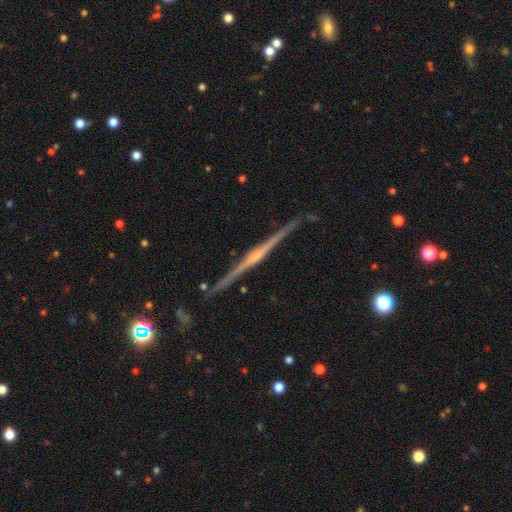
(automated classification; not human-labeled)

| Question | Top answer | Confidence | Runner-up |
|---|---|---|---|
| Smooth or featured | featured or disk | 87% | smooth (8%) |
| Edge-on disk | yes | 99% | no (1%) |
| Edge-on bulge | rounded | 69% | none (19%) |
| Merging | none | 90% | minor disturbance (7%) |